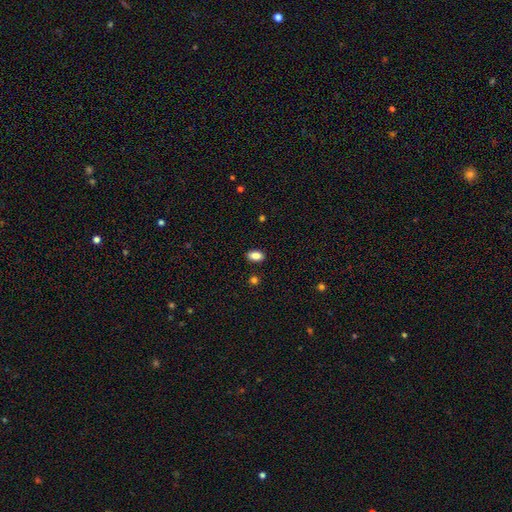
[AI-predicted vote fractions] A smooth galaxy with no disk features (86%) that is in between round and cigar-shaped (90%). Merging: none (88%).